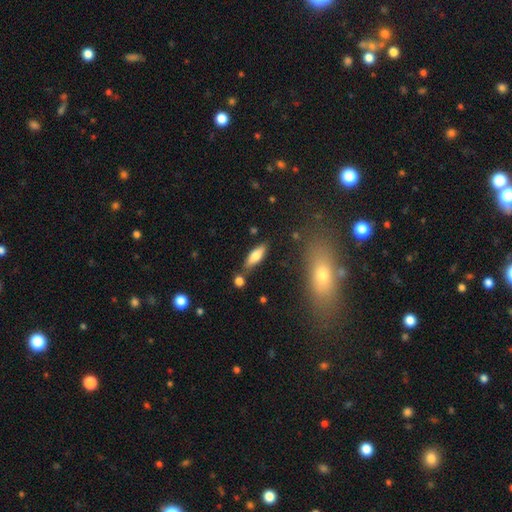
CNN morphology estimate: smooth-or-featured: smooth: 71% | featured or disk: 22% | star or artifact: 7%
  how-rounded: in between: 60% | cigar-shaped: 38% | round: 2%
  merging: none: 75% | minor disturbance: 14% | merger: 7% | major disturbance: 4%